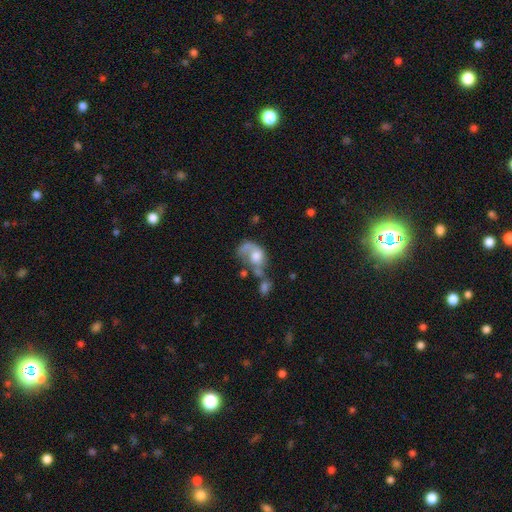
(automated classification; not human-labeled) featured or disk 51%, smooth 40%, star or artifact 9%. Down the decision tree: edge-on disk — no (97%); merging — major disturbance (38%).